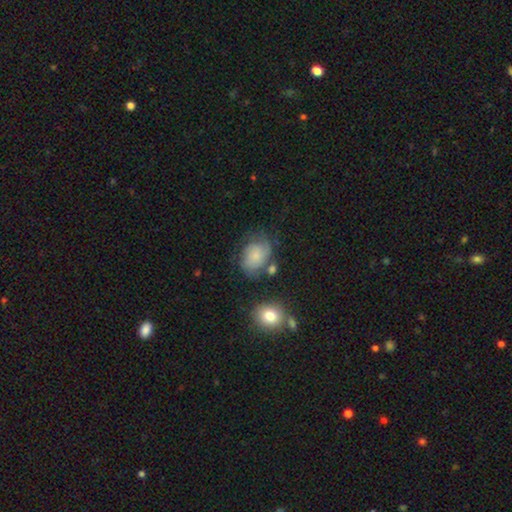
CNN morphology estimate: Smooth or featured: smooth — 52% (featured or disk — 37%)
How rounded: in between — 65% (round — 34%)
Merging: none — 50% (minor disturbance — 26%)